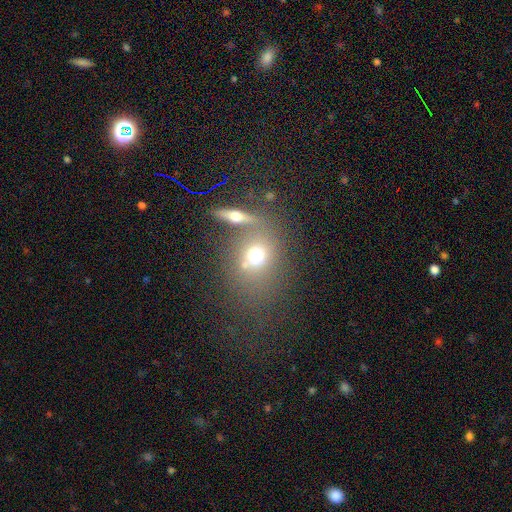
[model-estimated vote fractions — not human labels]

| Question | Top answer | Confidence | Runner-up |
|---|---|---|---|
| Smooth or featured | smooth | 65% | featured or disk (22%) |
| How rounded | round | 58% | in between (40%) |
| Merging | none | 51% | merger (29%) |